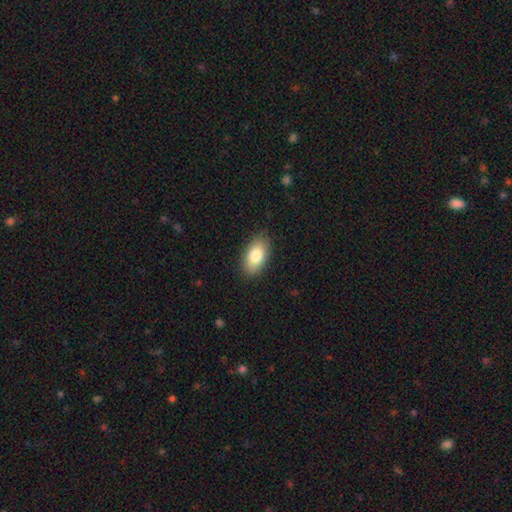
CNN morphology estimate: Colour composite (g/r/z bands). It shows a smooth galaxy with no disk features (81%) that is in between round and cigar-shaped (92%). Merging: none (86%).